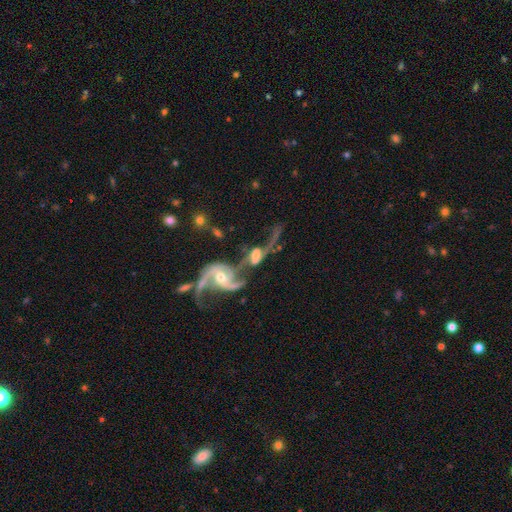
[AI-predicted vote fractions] A featured or disk galaxy (83%) with no bar (53%), 2 (79%) loose (63%) spiral arms (92%) and a moderate central bulge (49%).

Vote fractions:
- Smooth or featured? featured or disk: 83% / smooth: 9% / star or artifact: 8%
- Edge-on disk? no: 92% / yes: 8%
- Bar? no: 53% / weak: 34% / strong: 14%
- Spiral arms? yes: 92% / no: 8%
- Spiral winding? loose: 63% / medium: 28% / tight: 9%
- Spiral arm count? 2: 79% / can't tell: 7% / 1: 5% / 3: 5% / 4: 2% / more than 4: 2%
- Bulge size? moderate: 49% / small: 39% / large: 6% / none: 4% / dominant: 2%
- Merging? merger: 49% / none: 22% / major disturbance: 18% / minor disturbance: 11%